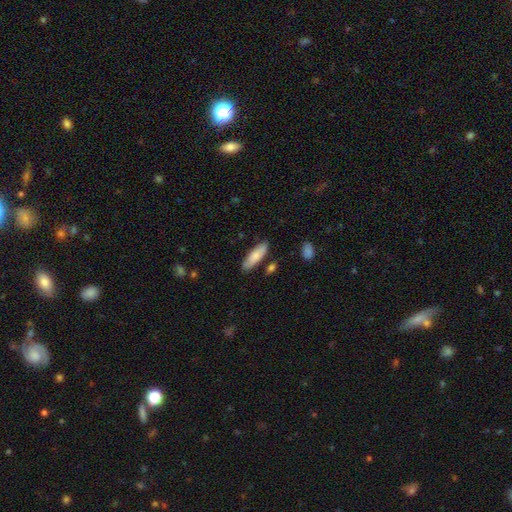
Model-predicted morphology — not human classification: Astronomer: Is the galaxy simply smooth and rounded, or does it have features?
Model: smooth — 80%.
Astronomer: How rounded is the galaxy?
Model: in between — 57% (runner-up: cigar-shaped, 42%).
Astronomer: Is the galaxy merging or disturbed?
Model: none — 81%.